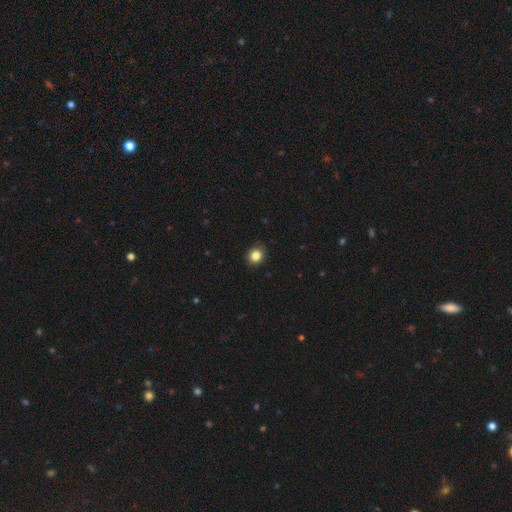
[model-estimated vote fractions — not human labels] Smooth or featured? smooth (84%)
How rounded? round (72%)
Merging? none (86%)